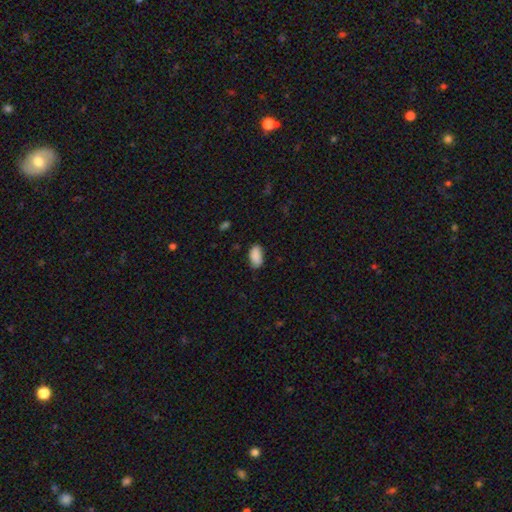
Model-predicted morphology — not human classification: Smooth or featured?
  - smooth: 89% *
  - star or artifact: 7%
  - featured or disk: 4%
How rounded?
  - in between: 94% *
  - round: 3%
  - cigar-shaped: 3%
Merging?
  - none: 79% *
  - minor disturbance: 16%
  - major disturbance: 3%
  - merger: 1%